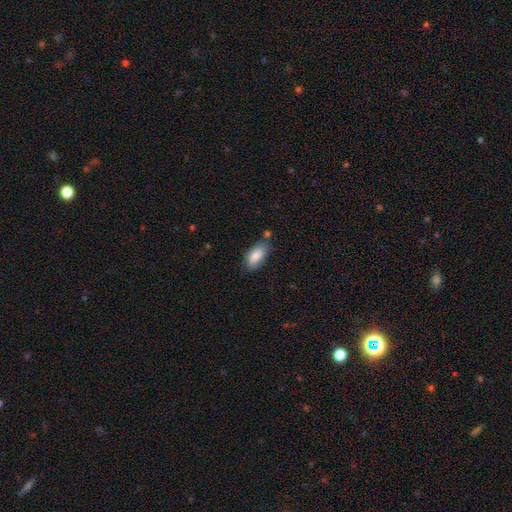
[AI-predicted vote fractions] Q: Smooth or featured?
A: smooth (84%); runner-up: featured or disk (10%)
Q: How rounded?
A: in between (89%); runner-up: cigar-shaped (9%)
Q: Merging?
A: none (68%); runner-up: minor disturbance (21%)